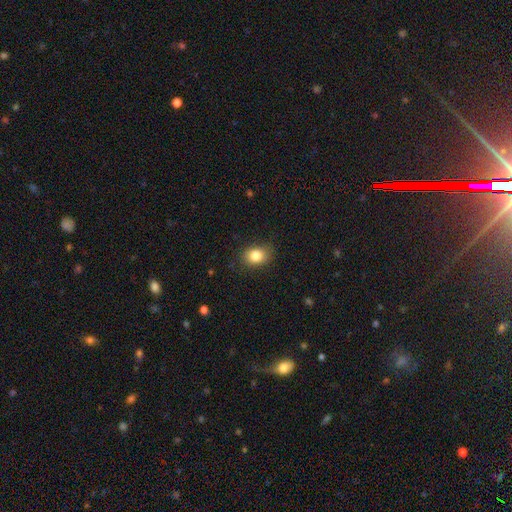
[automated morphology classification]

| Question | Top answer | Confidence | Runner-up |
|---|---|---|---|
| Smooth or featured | smooth | 83% | star or artifact (9%) |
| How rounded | in between | 63% | round (36%) |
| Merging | none | 83% | minor disturbance (13%) |